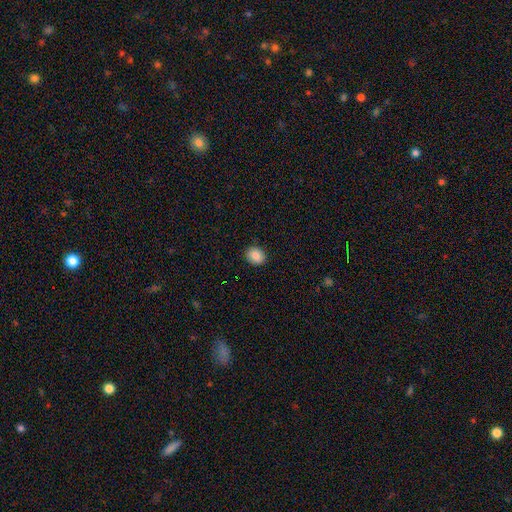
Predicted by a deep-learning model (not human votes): The model was most divided on "how rounded": round: 57%, in between: 42%, cigar-shaped: 1%. More confident: merging — none (89%); smooth or featured — smooth (88%).